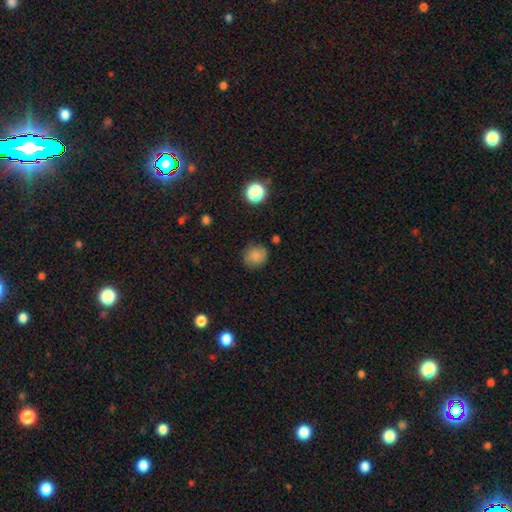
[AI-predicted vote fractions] The model was most divided on "how rounded": round: 84%, in between: 15%, cigar-shaped: 1%. More confident: merging — none (84%); smooth or featured — smooth (83%).